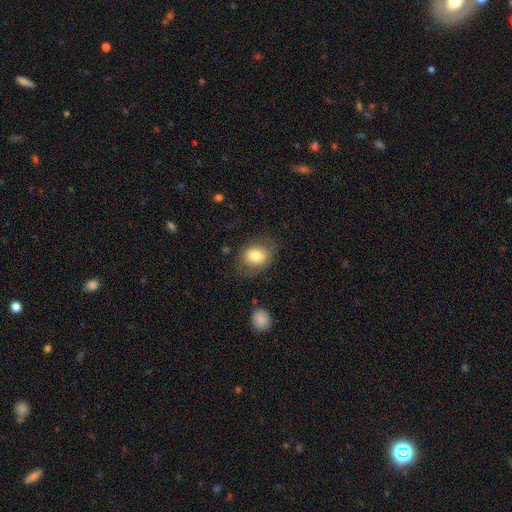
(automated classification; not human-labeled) smooth-or-featured: smooth: 76% | featured or disk: 16% | star or artifact: 8%
  how-rounded: in between: 56% | round: 44% | cigar-shaped: 1%
  merging: none: 69% | minor disturbance: 19% | major disturbance: 10% | merger: 2%